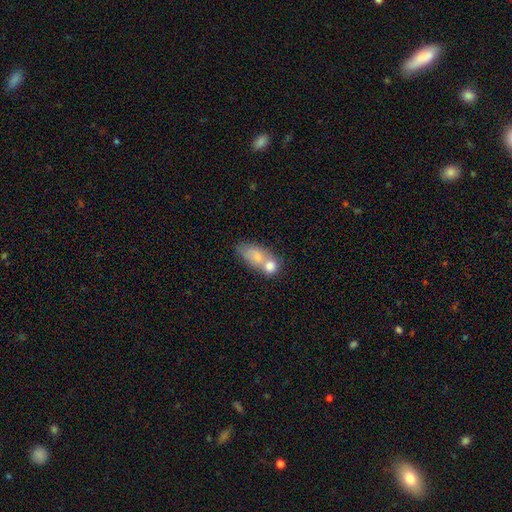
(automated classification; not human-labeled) Smooth or featured? Predicted: smooth (p=0.71). How rounded? Predicted: in between (p=0.78). Merging? Predicted: merger (p=0.59).